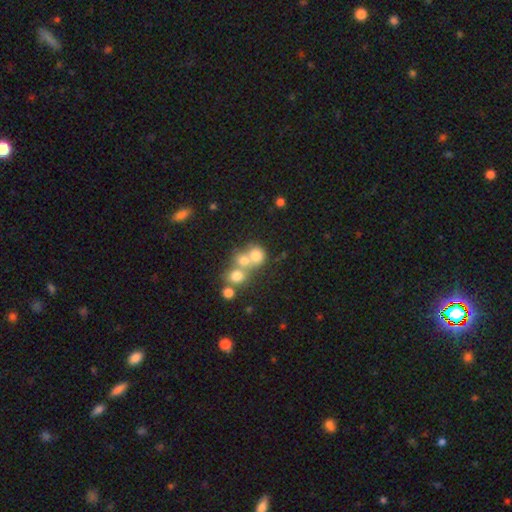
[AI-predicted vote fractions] Smooth or featured?
  - smooth: 69% *
  - featured or disk: 17%
  - star or artifact: 14%
How rounded?
  - round: 78% *
  - in between: 21%
  - cigar-shaped: 1%
Merging?
  - merger: 56% *
  - none: 34%
  - minor disturbance: 6%
  - major disturbance: 4%